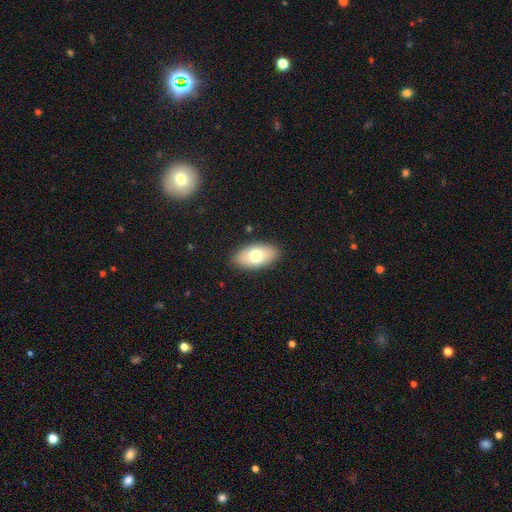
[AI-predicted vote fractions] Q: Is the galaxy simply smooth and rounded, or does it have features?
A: smooth — 72%.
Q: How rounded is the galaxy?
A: in between — 93%.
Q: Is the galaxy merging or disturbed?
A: none — 88%.